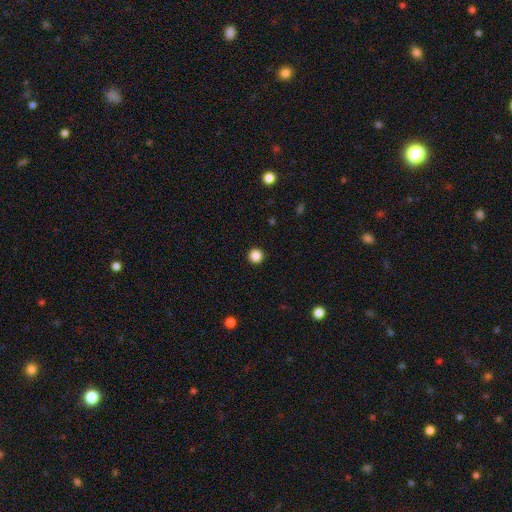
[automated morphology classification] Smooth or featured: smooth — 87% (star or artifact — 11%)
How rounded: round — 96% (in between — 3%)
Merging: none — 94% (minor disturbance — 4%)